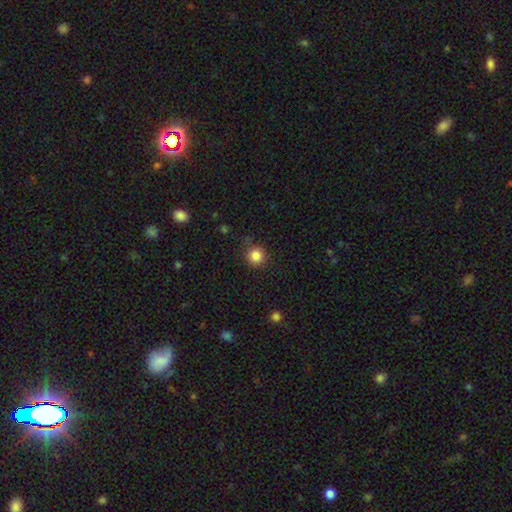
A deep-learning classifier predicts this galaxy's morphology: Smooth or featured: smooth — 85% (star or artifact — 11%)
How rounded: round — 94% (in between — 6%)
Merging: none — 87% (minor disturbance — 9%)